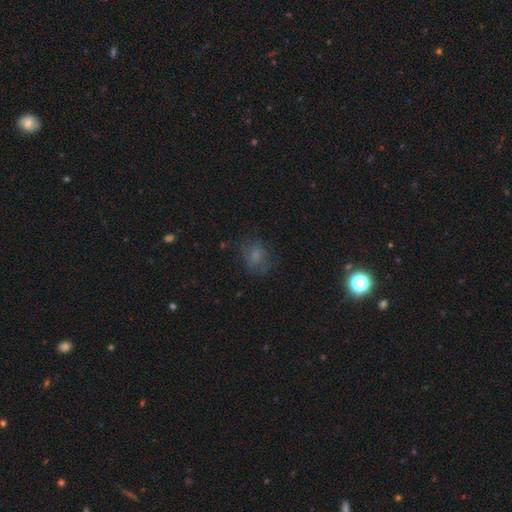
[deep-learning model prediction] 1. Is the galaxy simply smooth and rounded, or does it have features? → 62% smooth, 19% featured or disk, 19% star or artifact.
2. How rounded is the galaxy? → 57% round, 42% in between, 1% cigar-shaped.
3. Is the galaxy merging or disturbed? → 66% none, 20% minor disturbance, 13% major disturbance, 2% merger.